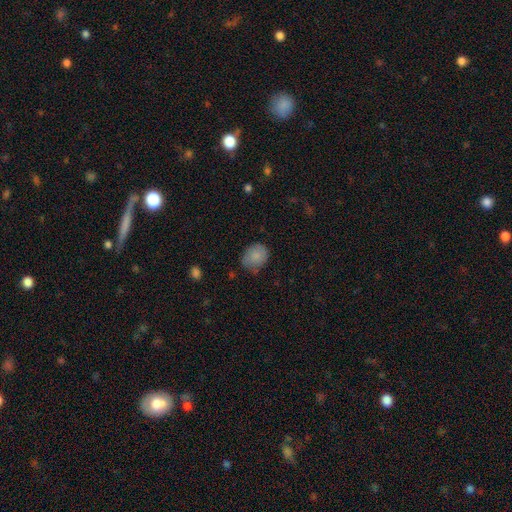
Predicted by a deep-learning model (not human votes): The model was most divided on "how rounded": round: 63%, in between: 36%, cigar-shaped: 1%. More confident: smooth or featured — smooth (83%); merging — none (63%).